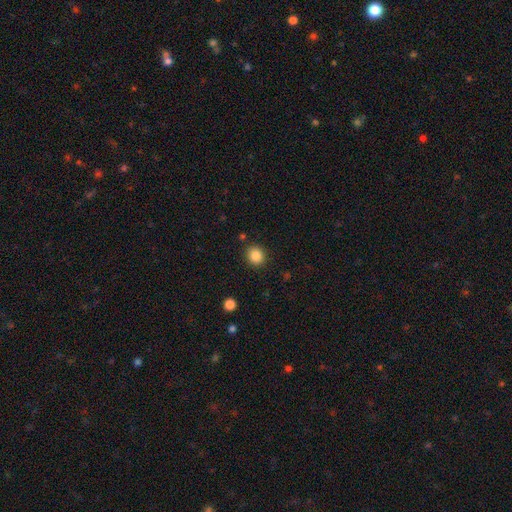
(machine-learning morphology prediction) This appears to be a smooth galaxy with no disk features (86%) that is round (85%). Merging: none (88%).